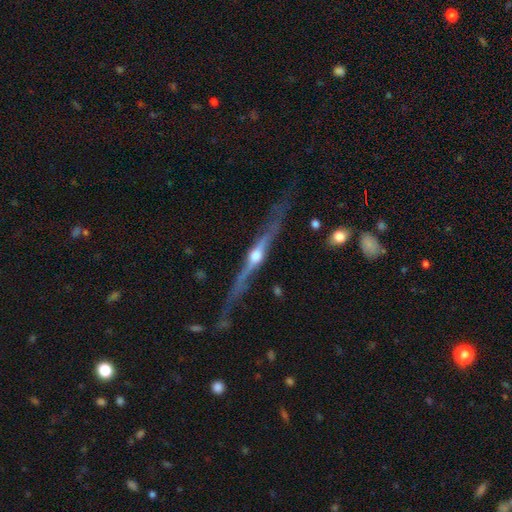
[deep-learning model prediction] This appears to be a featured or disk galaxy (86%) viewed edge-on (96%) with a rounded central bulge (94%). Merging: none (70%).